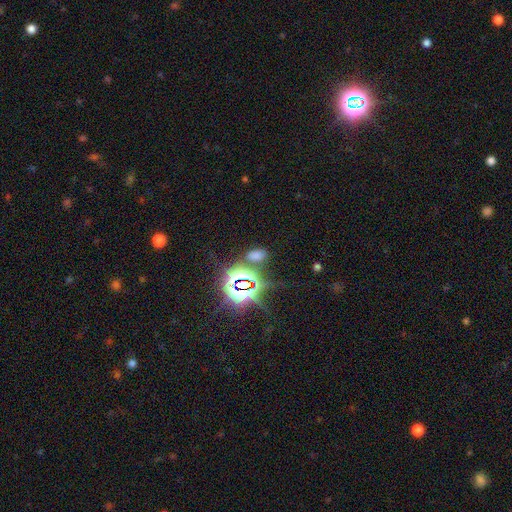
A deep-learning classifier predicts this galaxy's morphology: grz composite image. It shows a smooth galaxy with no disk features (47%). Merging: none (75%).